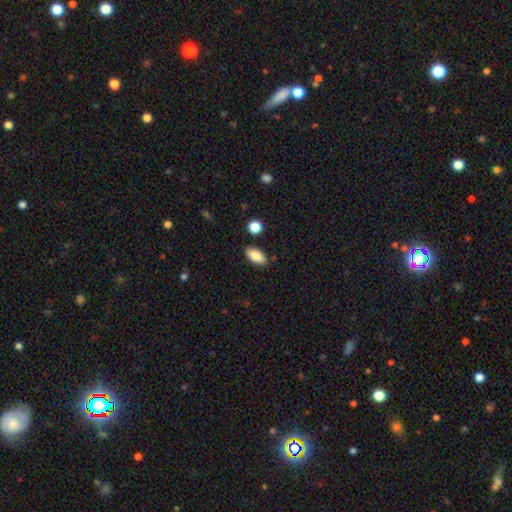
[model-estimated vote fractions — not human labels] Morphology: type=smooth (86%); roundness=in between (92%); merging=none (84%).